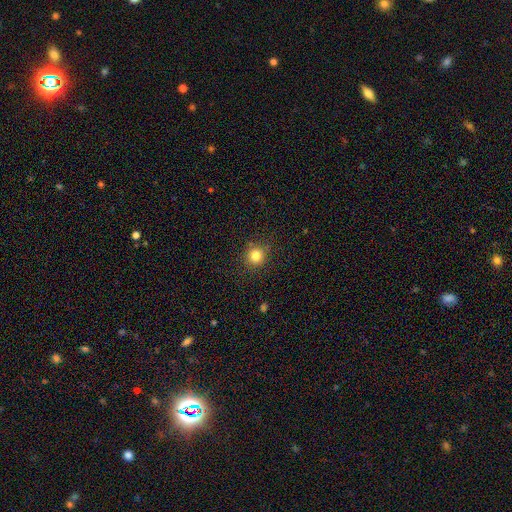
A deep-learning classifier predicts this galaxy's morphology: smooth_or_featured: smooth (p=0.81) [alt: star or artifact p=0.13]
how_rounded: round (p=0.89) [alt: in between p=0.10]
merging: none (p=0.86) [alt: minor disturbance p=0.10]